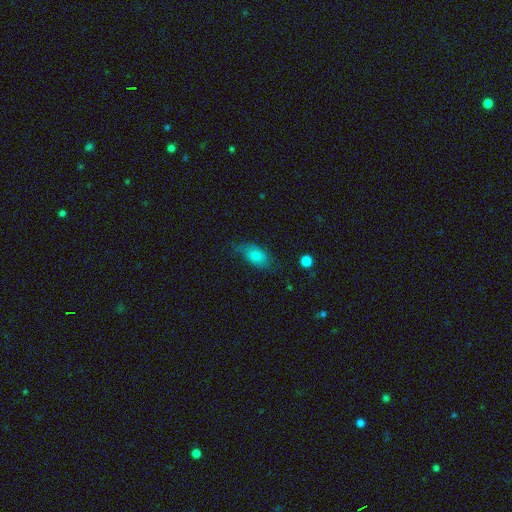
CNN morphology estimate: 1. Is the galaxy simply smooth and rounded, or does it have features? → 77% smooth, 15% featured or disk, 8% star or artifact.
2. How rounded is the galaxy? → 88% in between, 7% round, 5% cigar-shaped.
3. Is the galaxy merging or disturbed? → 63% none, 27% minor disturbance, 8% major disturbance, 2% merger.